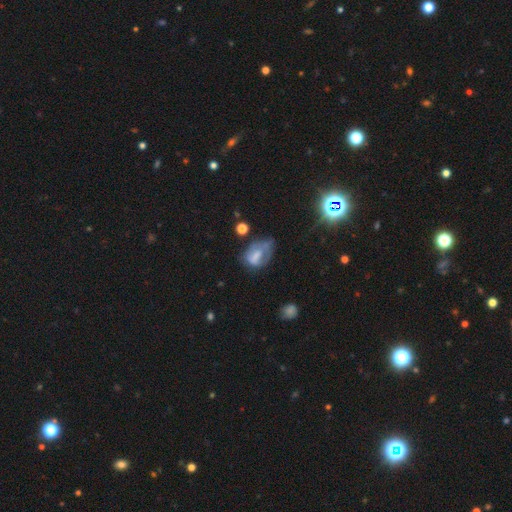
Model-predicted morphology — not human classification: type=smooth (51%); roundness=in between (76%); merging=major disturbance (32%, tied with minor disturbance).